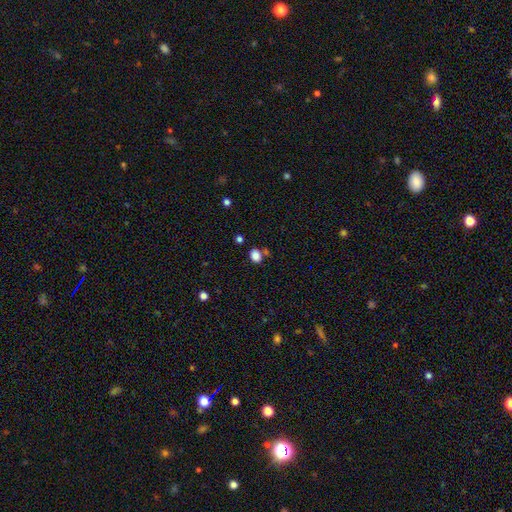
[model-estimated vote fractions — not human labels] A smooth galaxy with no disk features (84%) that is in between round and cigar-shaped (60%). Merging: none (72%).